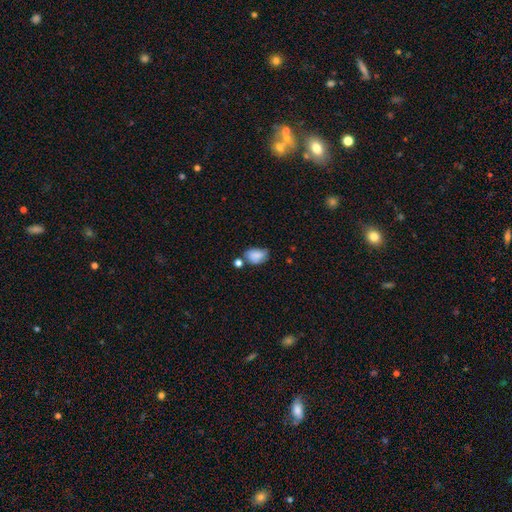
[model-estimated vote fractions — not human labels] This is likely a smooth galaxy (78%). How rounded: clearly in between (80%). Merging: marginally none (41%).